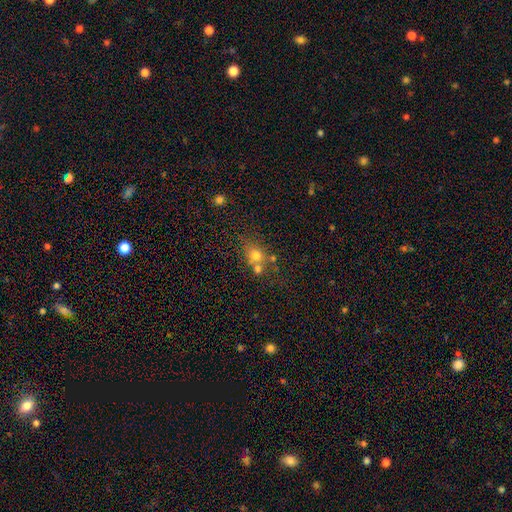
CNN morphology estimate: Smooth or featured: smooth — 68% (featured or disk — 17%)
How rounded: round — 68% (in between — 30%)
Merging: none — 48% (merger — 35%)